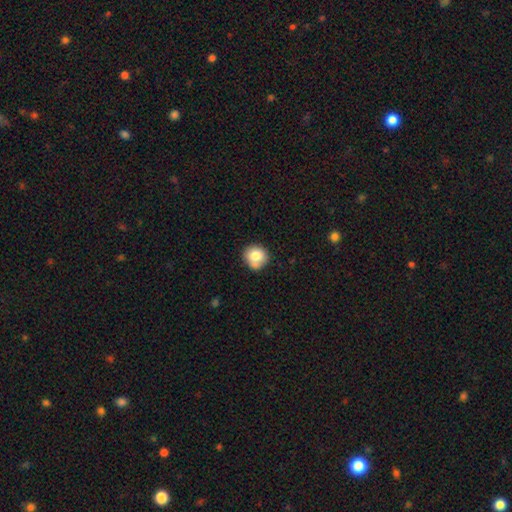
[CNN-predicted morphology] The model was most divided on "merging": none: 64%, minor disturbance: 18%, merger: 14%, major disturbance: 5%. More confident: how rounded — round (85%); smooth or featured — smooth (78%).